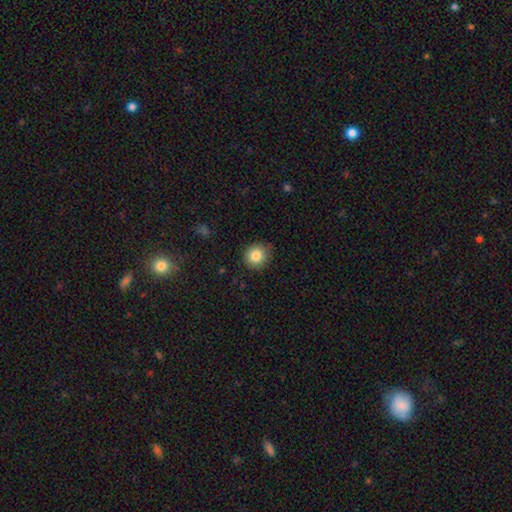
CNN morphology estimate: Smooth or featured?
  - smooth: 84% *
  - star or artifact: 10%
  - featured or disk: 6%
How rounded?
  - round: 88% *
  - in between: 11%
  - cigar-shaped: 1%
Merging?
  - none: 86% *
  - minor disturbance: 11%
  - major disturbance: 2%
  - merger: 1%